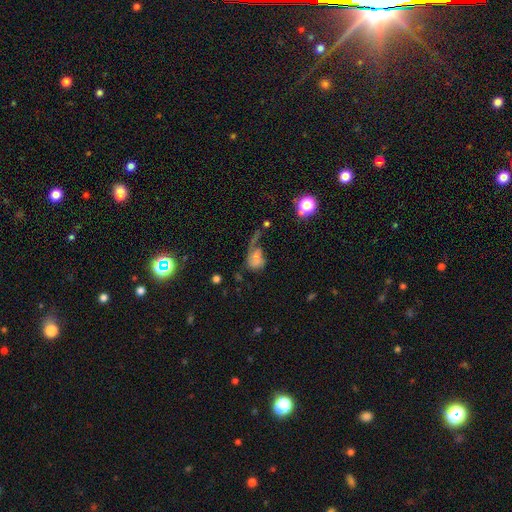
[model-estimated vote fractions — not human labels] This appears to be a featured or disk galaxy (43%). Merging: major disturbance (49%).